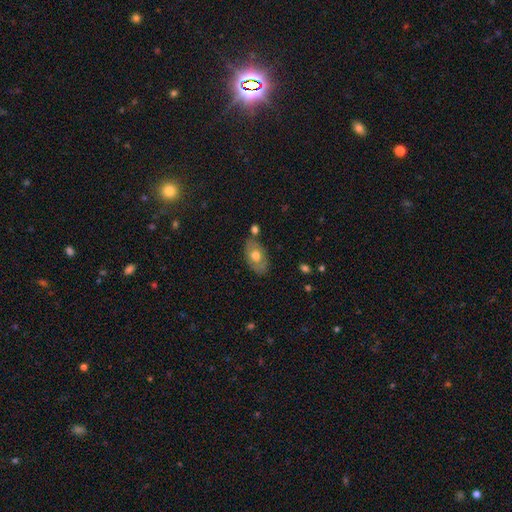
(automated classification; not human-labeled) Smooth or featured? Predicted: smooth (p=0.59). How rounded? Predicted: in between (p=0.88). Merging? Predicted: none (p=0.70).